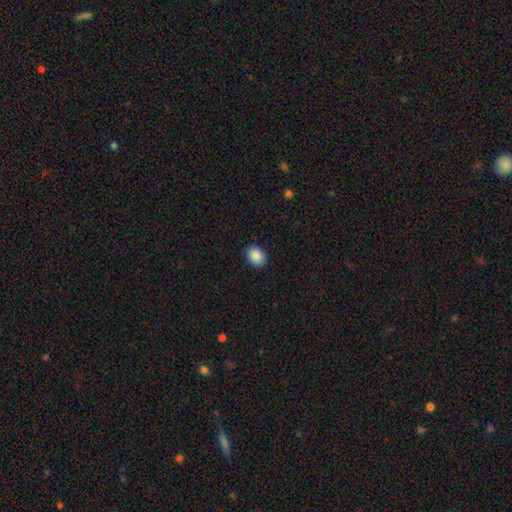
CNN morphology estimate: Smooth or featured? smooth (88%)
How rounded? in between (56%)
Merging? none (90%)